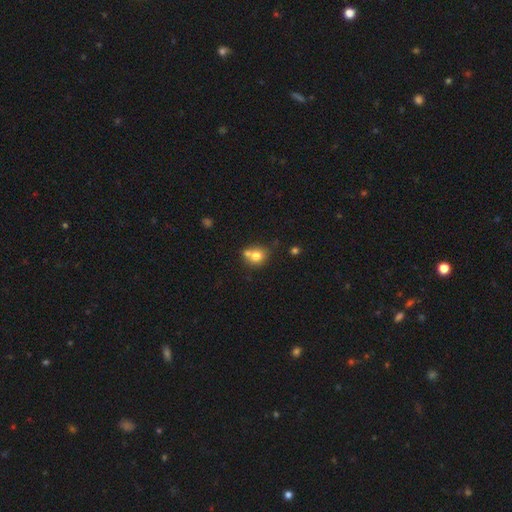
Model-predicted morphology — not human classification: A smooth galaxy with no disk features (74%) that is round (72%). Merging: none (43%).